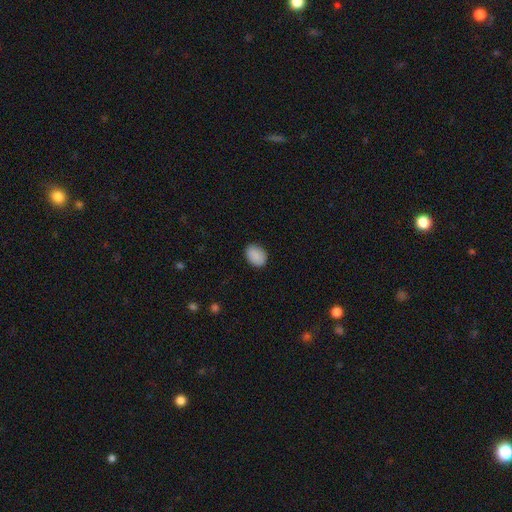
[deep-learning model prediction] A smooth galaxy with no disk features (89%) that is in between round and cigar-shaped (74%). Merging: none (87%).